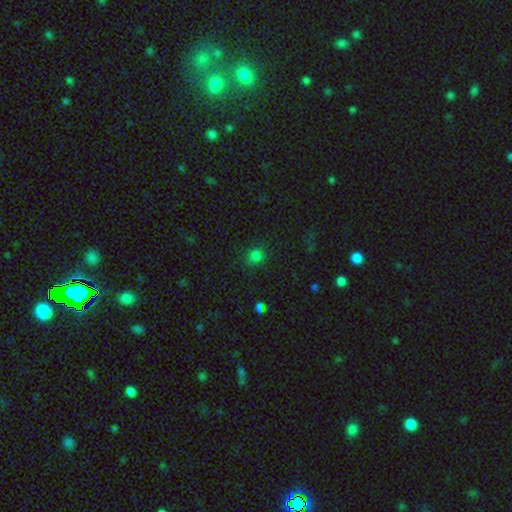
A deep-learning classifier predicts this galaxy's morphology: A smooth galaxy with no disk features (72%) that is round (76%). Merging: none (78%).